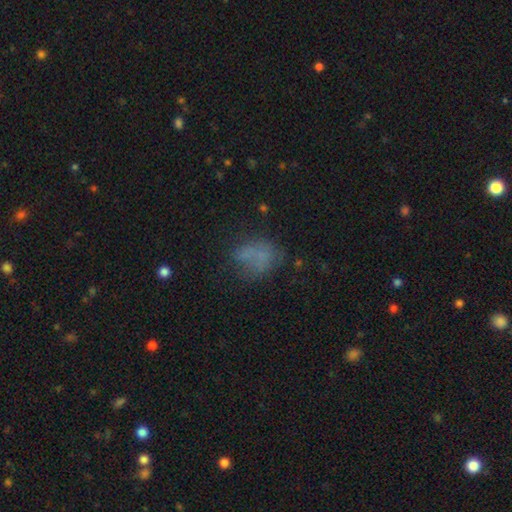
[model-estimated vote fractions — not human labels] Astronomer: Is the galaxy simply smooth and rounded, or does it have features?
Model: smooth — 57%.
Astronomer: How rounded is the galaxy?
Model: in between — 65%.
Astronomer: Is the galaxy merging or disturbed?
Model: none — 45% (runner-up: minor disturbance, 24%).